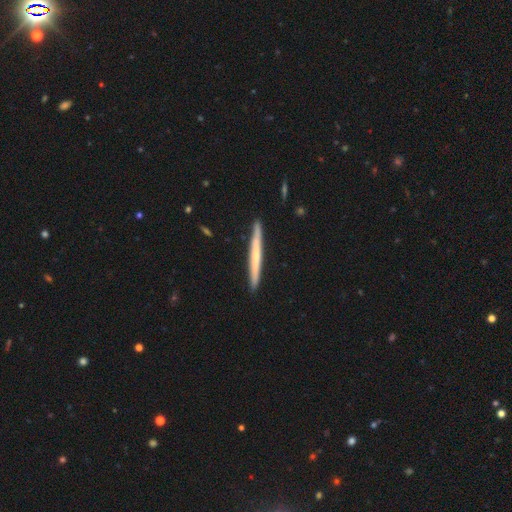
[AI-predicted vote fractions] Smooth or featured?
  - featured or disk: 48% *
  - smooth: 47%
  - star or artifact: 5%
Merging?
  - none: 92% *
  - minor disturbance: 6%
  - major disturbance: 1%
  - merger: 1%